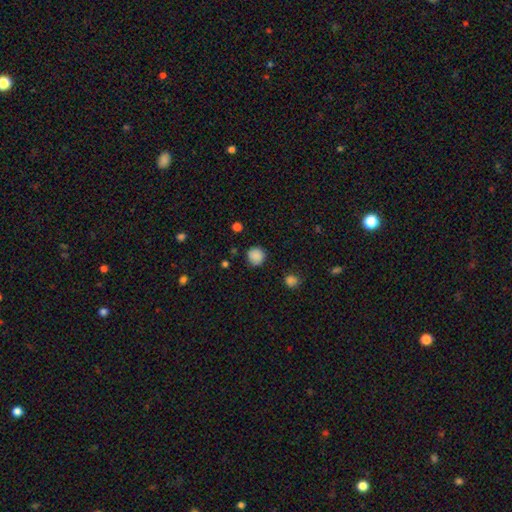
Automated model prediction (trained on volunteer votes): Smooth or featured: smooth — 87% (star or artifact — 10%)
How rounded: round — 92% (in between — 7%)
Merging: none — 86% (minor disturbance — 10%)